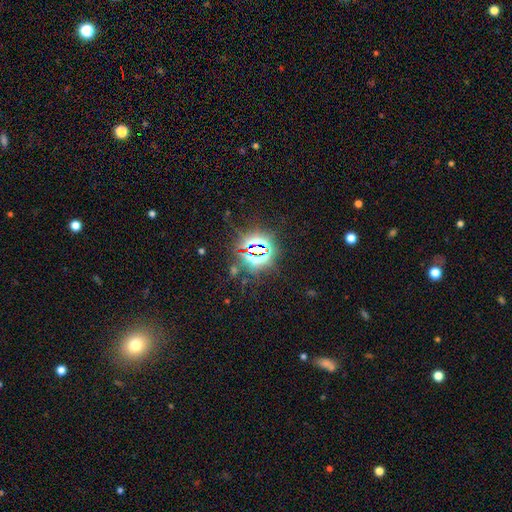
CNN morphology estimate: Smooth or featured? Predicted: star or artifact (p=0.80).